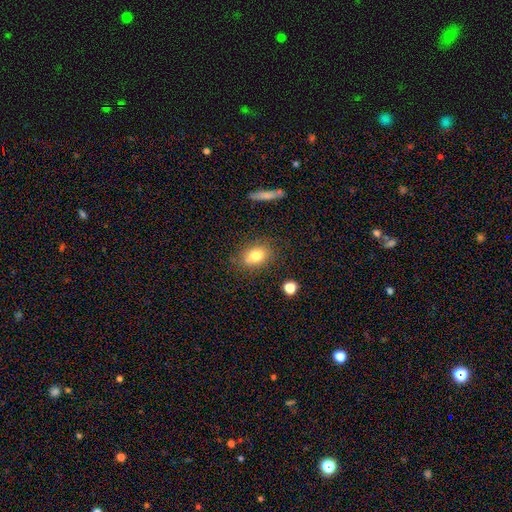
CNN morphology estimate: Overall: smooth (79%). How rounded: in between (76%). Merging: none (81%).